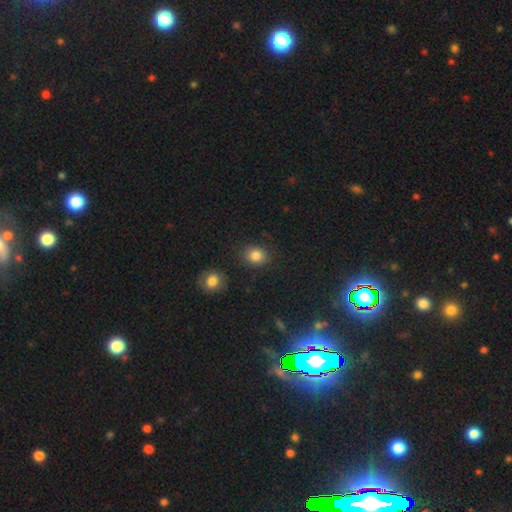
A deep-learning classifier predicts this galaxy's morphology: Smooth or featured? smooth (84%)
How rounded? round (64%)
Merging? none (85%)